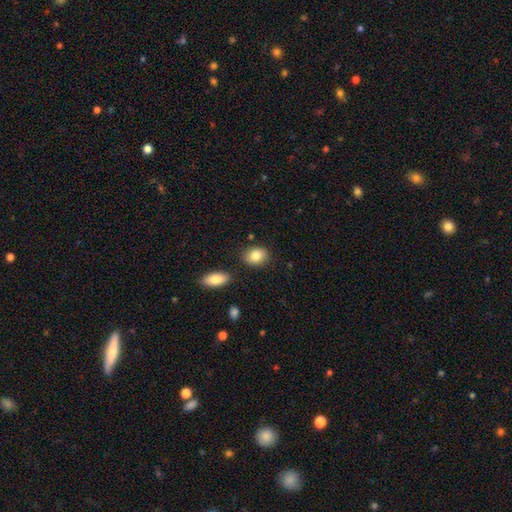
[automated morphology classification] smooth 84%, featured or disk 9%, star or artifact 7%. Down the decision tree: how rounded — in between (69%); merging — none (83%).